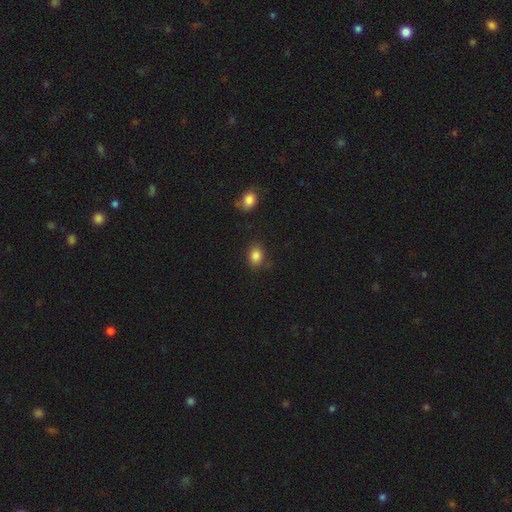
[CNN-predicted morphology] A smooth galaxy with no disk features (85%) that is in between round and cigar-shaped (52%).

Vote fractions:
- Smooth or featured? smooth: 85% / star or artifact: 10% / featured or disk: 5%
- How rounded? in between: 52% / round: 47% / cigar-shaped: 1%
- Merging? none: 79% / minor disturbance: 13% / major disturbance: 4% / merger: 4%